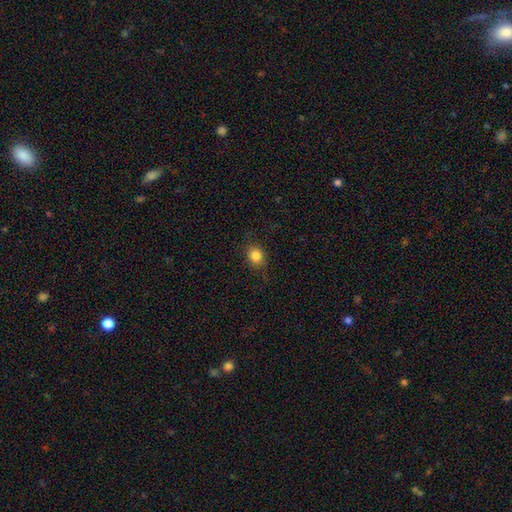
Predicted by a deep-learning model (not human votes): This appears to be a smooth galaxy with no disk features (83%) that is round (62%). Merging: none (80%).